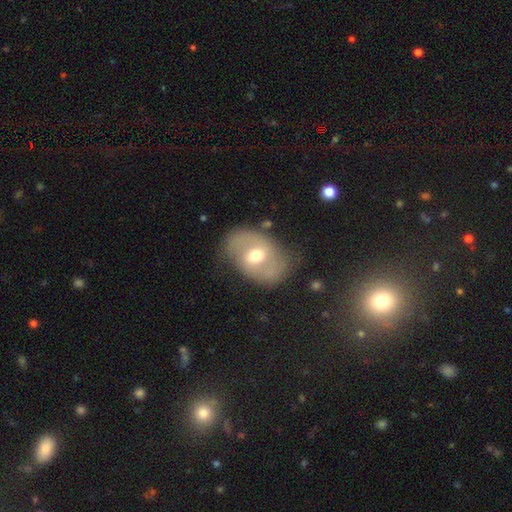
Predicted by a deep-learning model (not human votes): The model was most divided on "bar": weak: 50%, no: 32%, strong: 17%. More confident: edge-on disk — no (95%); bulge size — moderate (72%); merging — none (69%); spiral arms — yes (67%); smooth or featured — featured or disk (61%).